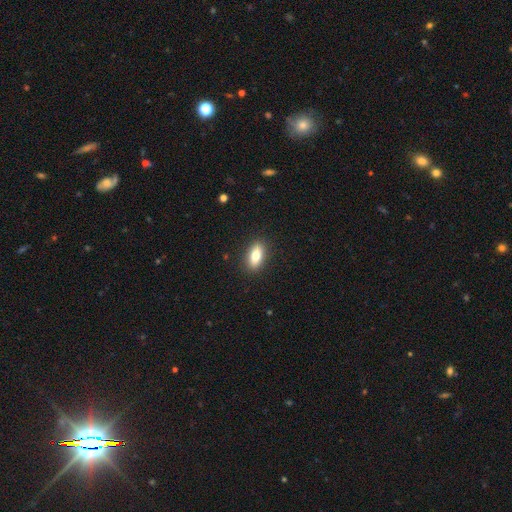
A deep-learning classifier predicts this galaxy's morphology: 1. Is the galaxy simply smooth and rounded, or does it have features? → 77% smooth, 15% featured or disk, 7% star or artifact.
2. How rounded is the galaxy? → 84% in between, 11% cigar-shaped, 5% round.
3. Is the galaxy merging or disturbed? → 89% none, 8% minor disturbance, 2% major disturbance, 1% merger.